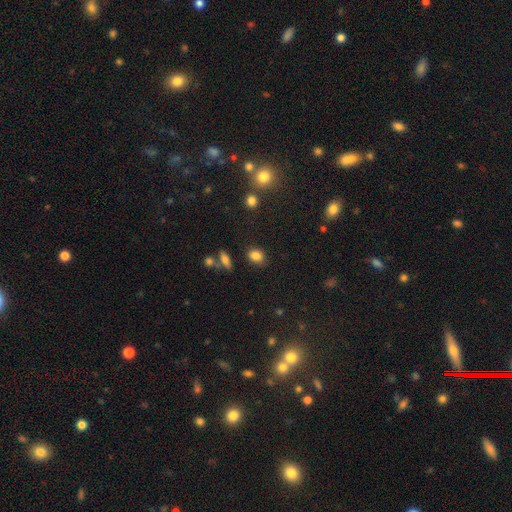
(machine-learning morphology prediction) A smooth galaxy with no disk features (84%) that is in between round and cigar-shaped (60%). Merging: none (81%).